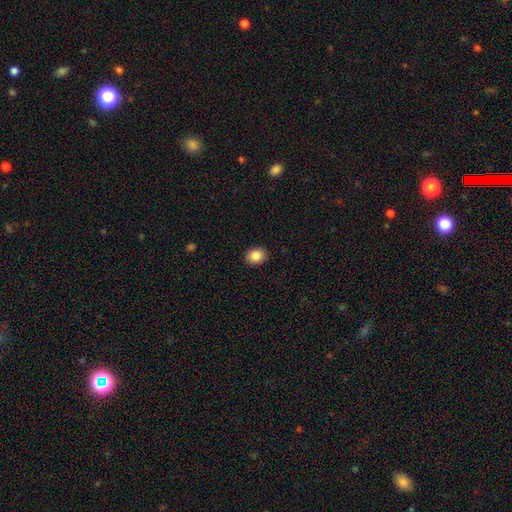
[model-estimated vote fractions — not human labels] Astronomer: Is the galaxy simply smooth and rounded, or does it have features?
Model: smooth — 86%.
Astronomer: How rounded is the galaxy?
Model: round — 53% (runner-up: in between, 46%).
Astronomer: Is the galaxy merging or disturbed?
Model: none — 90%.